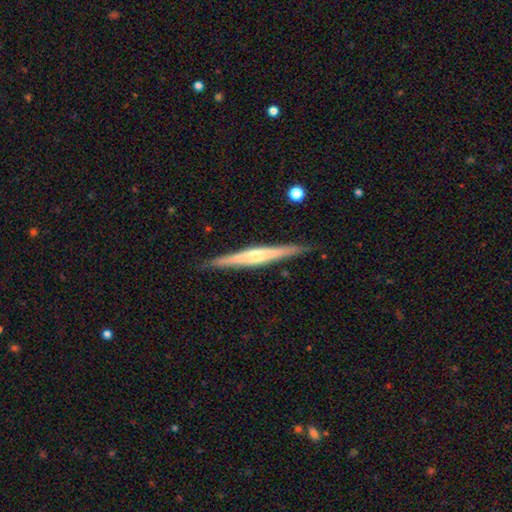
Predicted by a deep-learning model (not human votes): Overall: featured or disk (75%). Edge-on disk: yes (98%). Edge-on bulge: rounded (84%). Merging: none (90%).